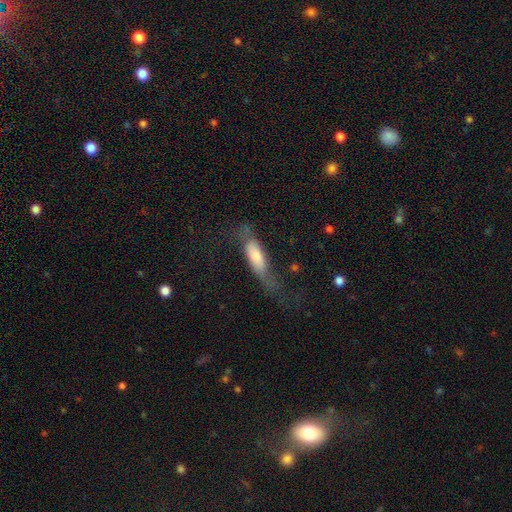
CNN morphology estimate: Overall: featured or disk (56%; smooth 32%). Edge-on disk: no (58%; yes 42%). Merging: none (46%; major disturbance 30%).